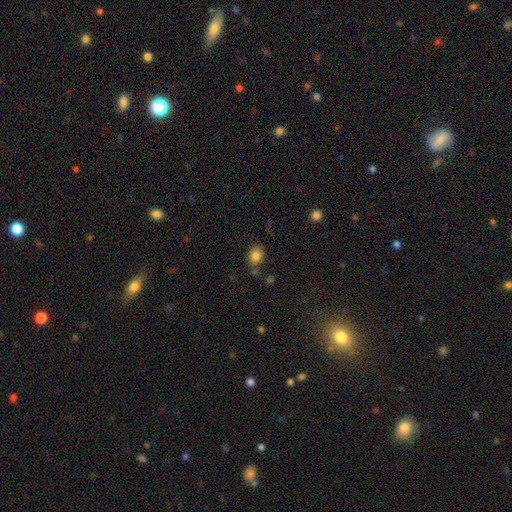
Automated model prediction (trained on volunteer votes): smooth-or-featured: smooth: 83% | star or artifact: 11% | featured or disk: 6%
  how-rounded: round: 58% | in between: 41% | cigar-shaped: 1%
  merging: none: 74% | minor disturbance: 14% | merger: 7% | major disturbance: 4%